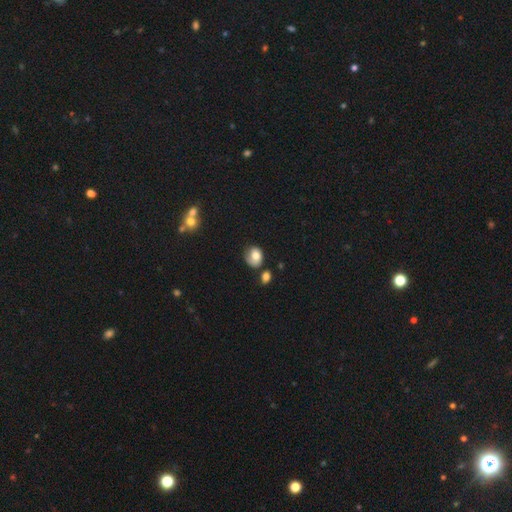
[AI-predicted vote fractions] smooth 67%, featured or disk 24%, star or artifact 9%. Down the decision tree: how rounded — round (55%); merging — none (47%).